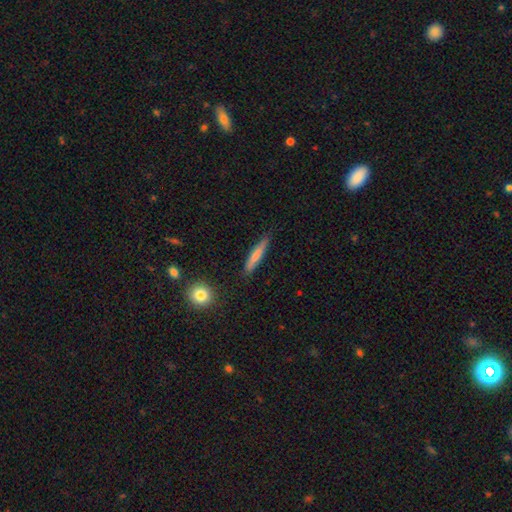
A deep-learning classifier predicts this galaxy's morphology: smooth-or-featured: smooth: 72% | featured or disk: 22% | star or artifact: 6%
  how-rounded: cigar-shaped: 91% | in between: 7% | round: 2%
  merging: none: 82% | minor disturbance: 13% | major disturbance: 2% | merger: 2%